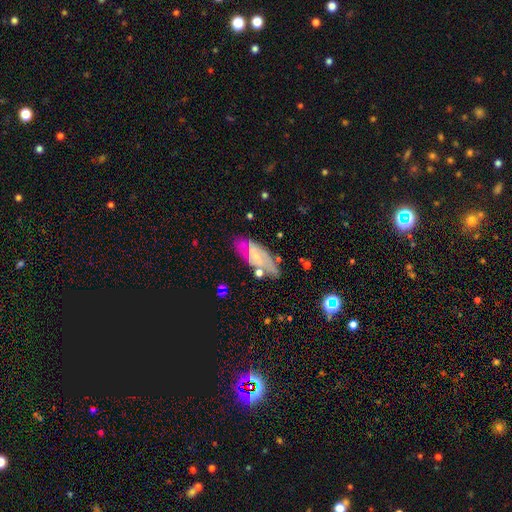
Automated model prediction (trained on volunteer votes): smooth_or_featured: featured or disk (p=0.69) [alt: smooth p=0.21]
disk_edge_on: no (p=0.86) [alt: yes p=0.14]
bar: weak (p=0.45) [alt: no p=0.37]
has_spiral_arms: yes (p=0.80) [alt: no p=0.20]
bulge_size: small (p=0.69) [alt: moderate p=0.22]
merging: none (p=0.69) [alt: minor disturbance p=0.19]